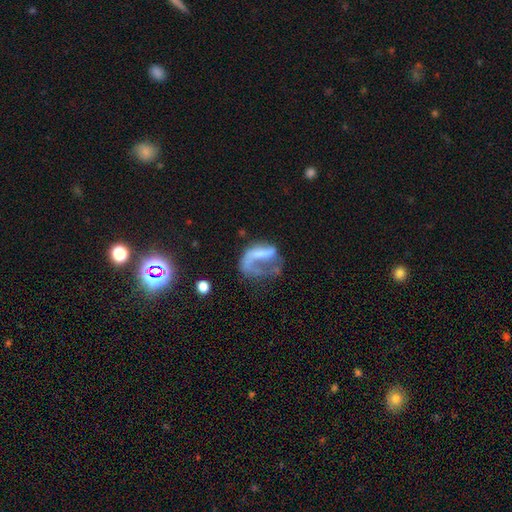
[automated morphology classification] Smooth or featured? Predicted: featured or disk (p=0.60). Edge-on disk? Predicted: no (p=0.97). Bar? Predicted: no (p=0.56). Spiral arms? Predicted: yes (p=0.60). Bulge size? Predicted: none (p=0.60). Merging? Predicted: major disturbance (p=0.52).